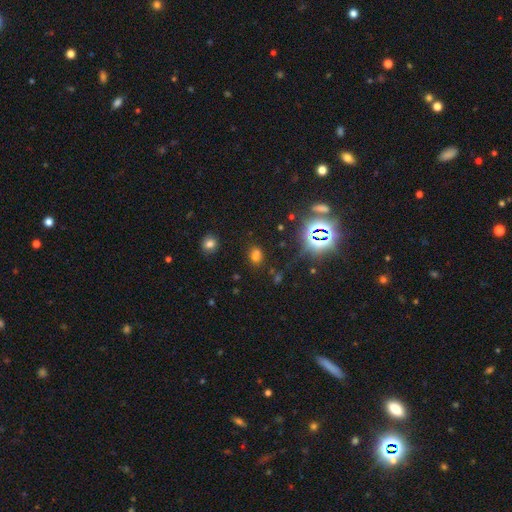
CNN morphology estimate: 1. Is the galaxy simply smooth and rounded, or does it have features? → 56% smooth, 35% star or artifact, 9% featured or disk.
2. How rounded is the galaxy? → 56% in between, 42% round, 2% cigar-shaped.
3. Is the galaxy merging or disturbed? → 63% none, 19% merger, 13% minor disturbance, 6% major disturbance.